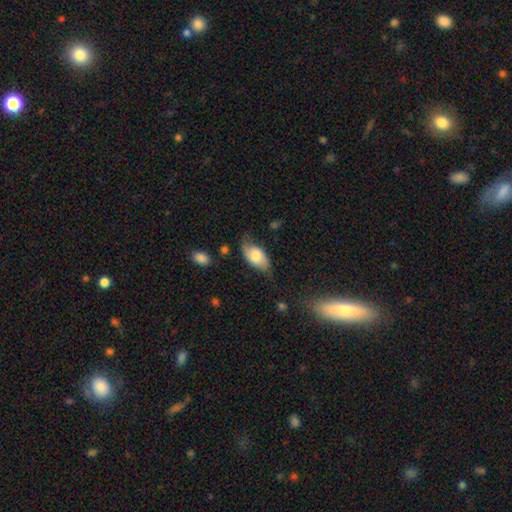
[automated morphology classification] smooth-or-featured: smooth: 63% | featured or disk: 31% | star or artifact: 6%
  how-rounded: in between: 93% | round: 4% | cigar-shaped: 3%
  merging: none: 54% | minor disturbance: 33% | major disturbance: 11% | merger: 2%